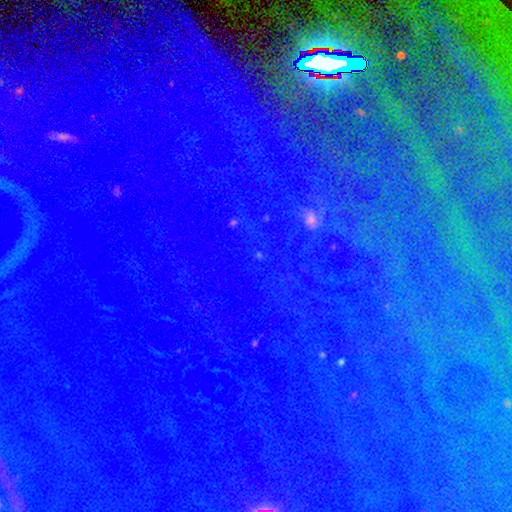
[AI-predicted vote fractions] Smooth or featured? Predicted: star or artifact (p=0.85).